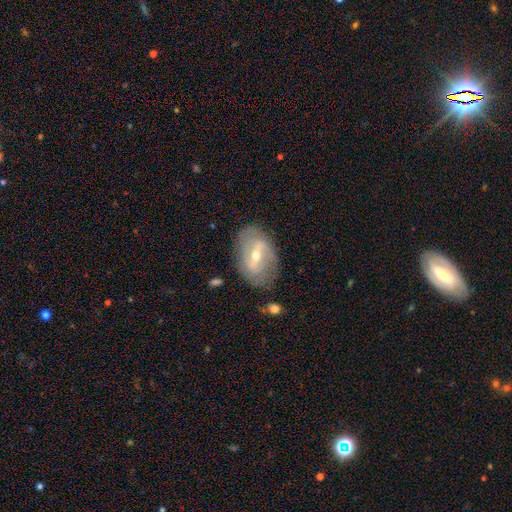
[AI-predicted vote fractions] Smooth or featured?
  - featured or disk: 73% *
  - smooth: 21%
  - star or artifact: 7%
Edge-on disk?
  - no: 92% *
  - yes: 8%
Bar?
  - strong: 50% *
  - weak: 38%
  - no: 12%
Spiral arms?
  - yes: 67% *
  - no: 33%
Bulge size?
  - moderate: 49% *
  - small: 48%
  - large: 2%
  - none: 1%
  - dominant: 1%
Merging?
  - none: 76% *
  - minor disturbance: 16%
  - major disturbance: 6%
  - merger: 2%